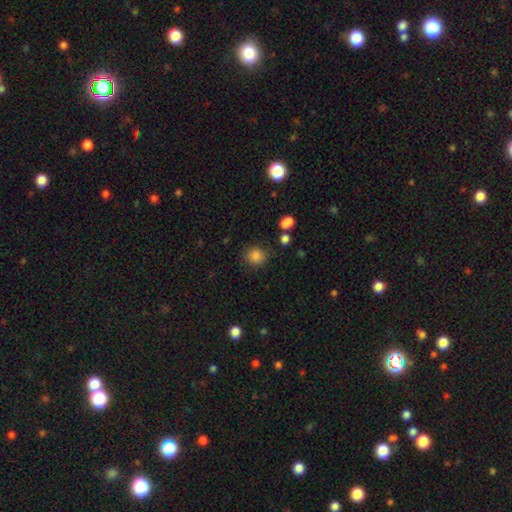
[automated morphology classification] Smooth or featured? Predicted: smooth (p=0.84). How rounded? Predicted: round (p=0.85). Merging? Predicted: none (p=0.83).